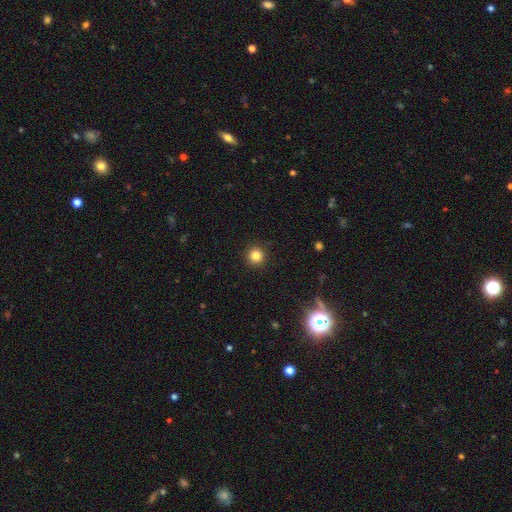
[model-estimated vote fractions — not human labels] smooth-or-featured: smooth: 84% | star or artifact: 12% | featured or disk: 4%
  how-rounded: round: 95% | in between: 4% | cigar-shaped: 1%
  merging: none: 93% | minor disturbance: 5% | major disturbance: 2% | merger: 1%